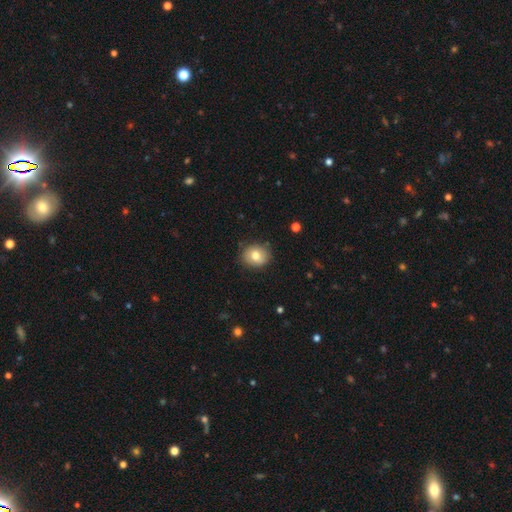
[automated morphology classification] Overall: smooth (77%). How rounded: round (69%; in between 31%). Merging: none (84%).